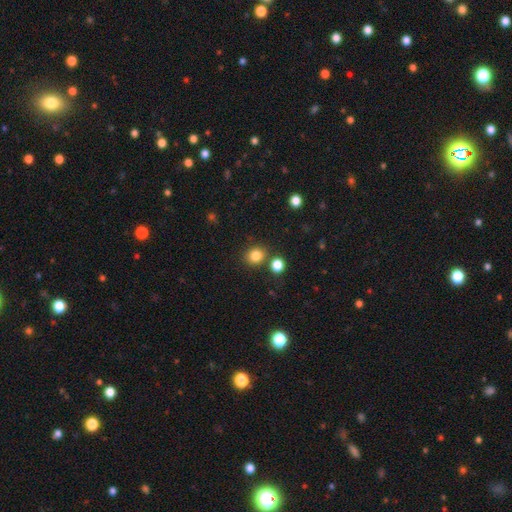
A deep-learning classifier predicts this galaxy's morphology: Smooth or featured? Predicted: smooth (p=0.82). How rounded? Predicted: round (p=0.76). Merging? Predicted: none (p=0.79).